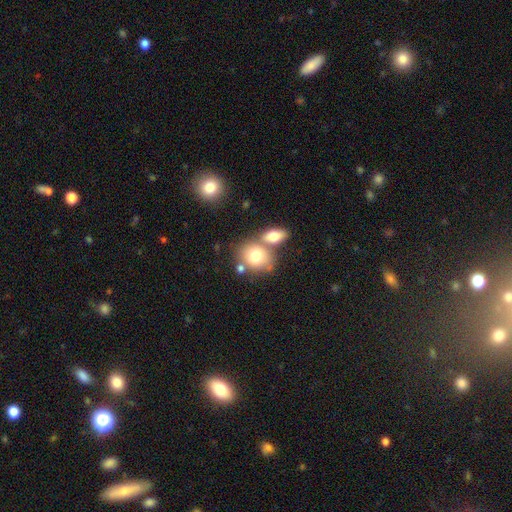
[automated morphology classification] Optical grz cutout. It shows a smooth galaxy with no disk features (75%) that is round (53%). Merging: none (43%).